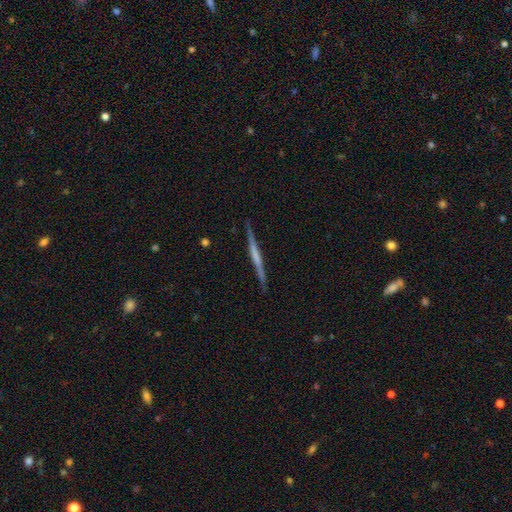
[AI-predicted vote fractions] Overall: featured or disk (64%; smooth 31%). Edge-on disk: yes (97%). Edge-on bulge: none (67%). Merging: none (89%).